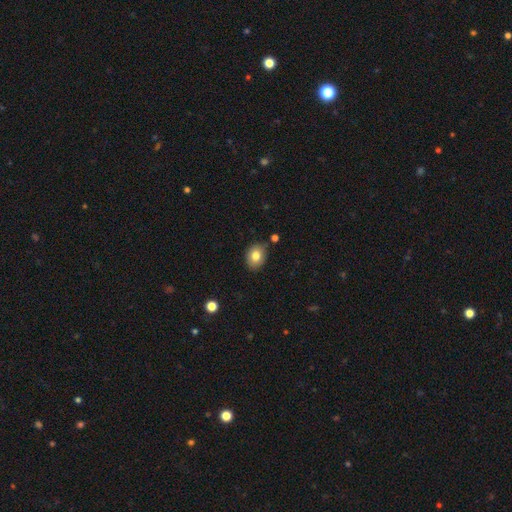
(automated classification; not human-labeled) This is likely a smooth galaxy (80%). How rounded: possibly in between (59%). Merging: likely none (79%).